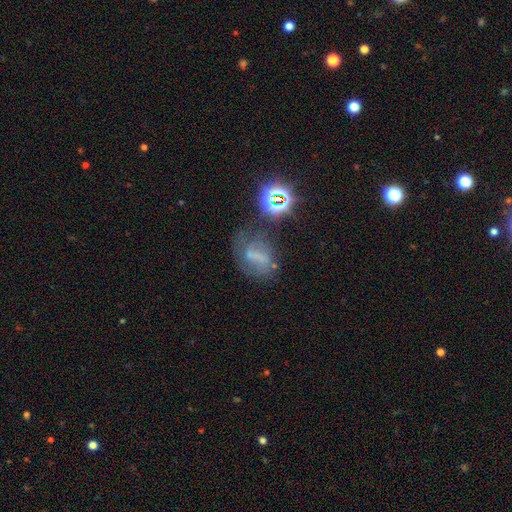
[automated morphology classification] smooth-or-featured: featured or disk: 45% | smooth: 28% | star or artifact: 27%
  merging: none: 62% | minor disturbance: 18% | major disturbance: 12% | merger: 8%